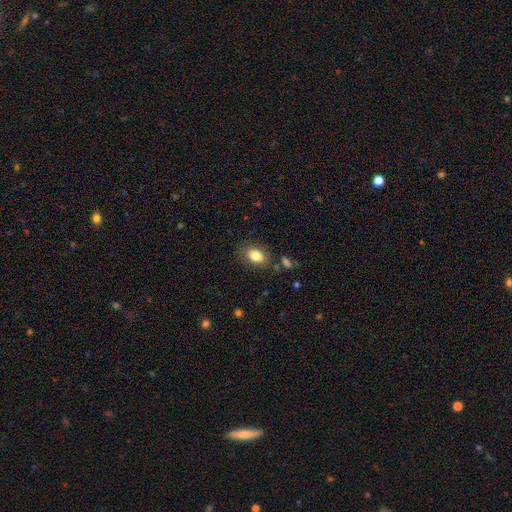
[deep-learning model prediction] smooth 83%, featured or disk 9%, star or artifact 8%. Down the decision tree: how rounded — in between (81%); merging — none (80%).